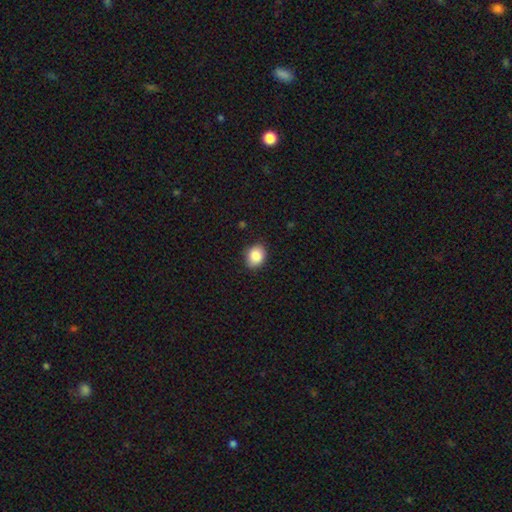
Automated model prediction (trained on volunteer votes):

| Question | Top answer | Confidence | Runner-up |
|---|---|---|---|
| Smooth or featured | smooth | 86% | star or artifact (8%) |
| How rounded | in between | 54% | round (45%) |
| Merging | none | 86% | minor disturbance (11%) |